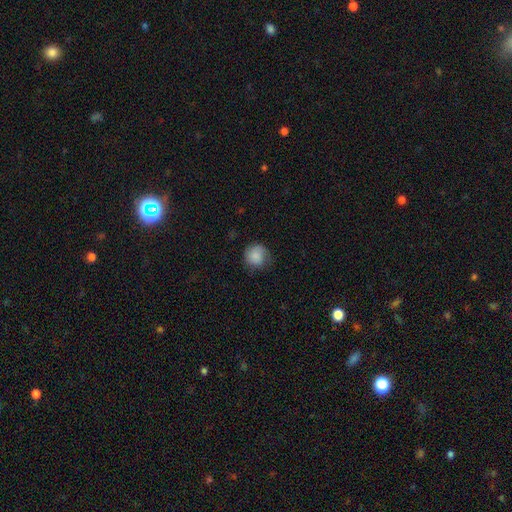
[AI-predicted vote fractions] Smooth or featured: smooth — 83% (featured or disk — 9%)
How rounded: round — 89% (in between — 10%)
Merging: none — 67% (minor disturbance — 24%)